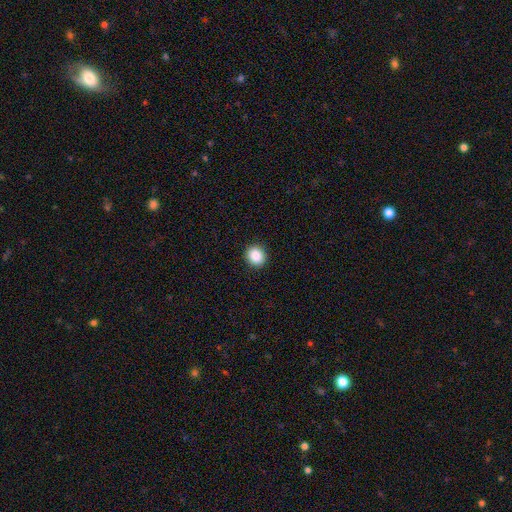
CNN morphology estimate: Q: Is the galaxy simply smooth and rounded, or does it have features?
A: smooth — 88%.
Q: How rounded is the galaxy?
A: round — 85%.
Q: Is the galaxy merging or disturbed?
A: none — 92%.